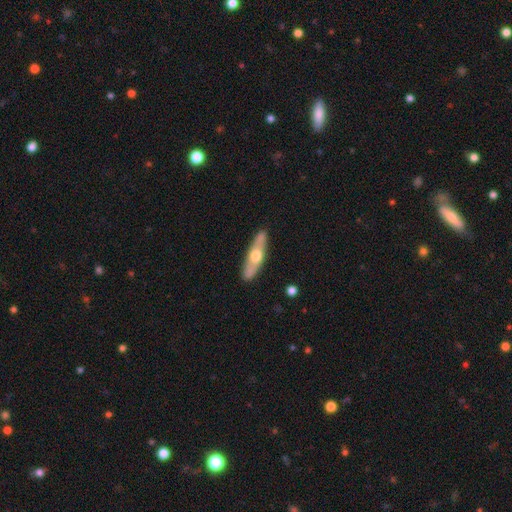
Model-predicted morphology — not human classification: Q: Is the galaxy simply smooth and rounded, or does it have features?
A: featured or disk — 56%.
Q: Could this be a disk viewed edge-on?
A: yes — 71%.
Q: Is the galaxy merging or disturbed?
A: none — 87%.